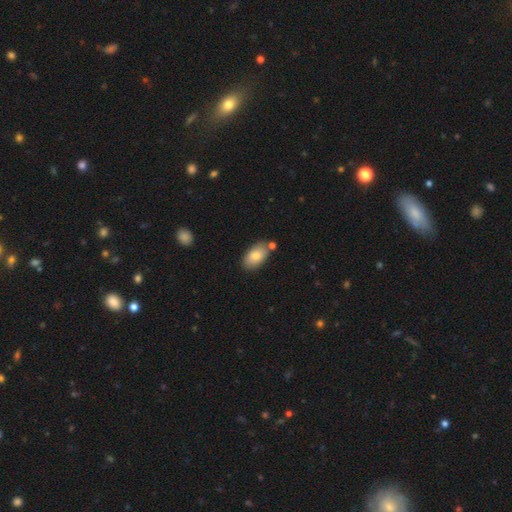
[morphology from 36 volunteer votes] Smooth or featured? smooth (89%)
How rounded? in between (94%)
Merging? none (77%)